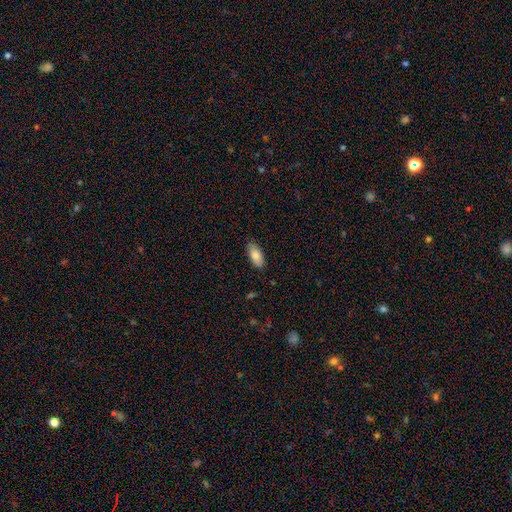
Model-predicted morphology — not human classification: A smooth galaxy with no disk features (83%) that is in between round and cigar-shaped (88%). Merging: none (86%).